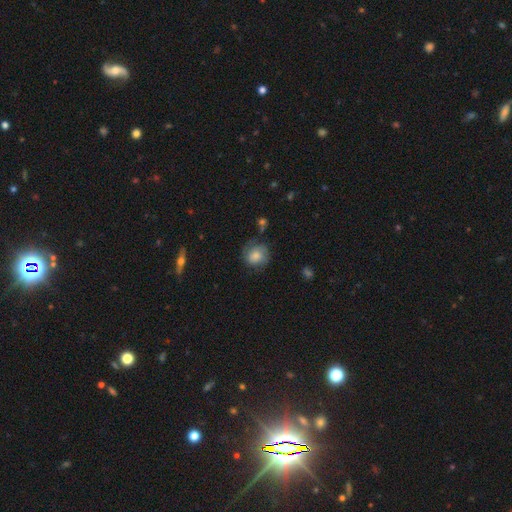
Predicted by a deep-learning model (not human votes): The model was most divided on "merging": none: 61%, minor disturbance: 26%, major disturbance: 11%, merger: 2%. More confident: how rounded — round (79%); smooth or featured — smooth (68%).